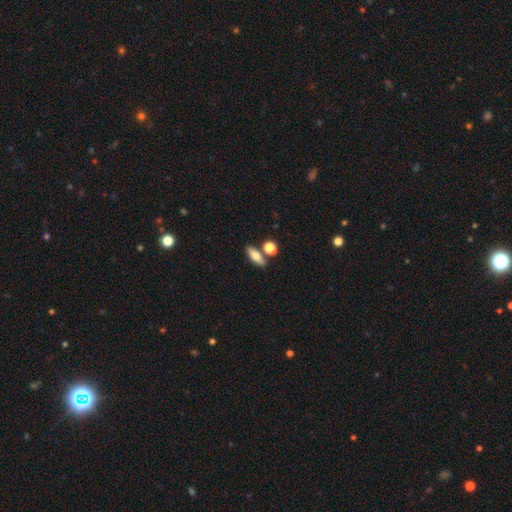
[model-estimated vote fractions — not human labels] Smooth or featured? smooth (71%)
How rounded? in between (67%)
Merging? none (71%)